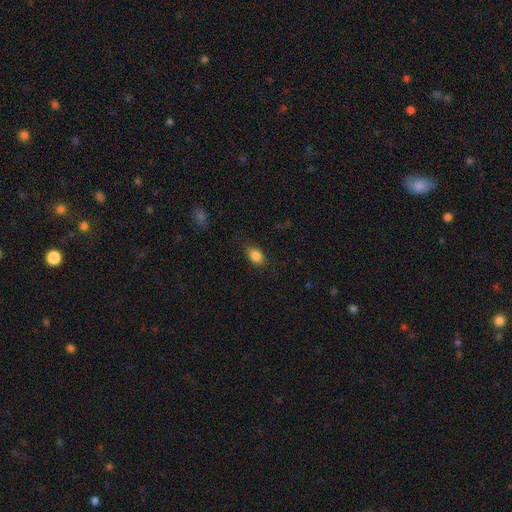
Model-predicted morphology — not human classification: smooth_or_featured: smooth (p=0.85) [alt: star or artifact p=0.09]
how_rounded: in between (p=0.82) [alt: round p=0.15]
merging: none (p=0.80) [alt: minor disturbance p=0.15]